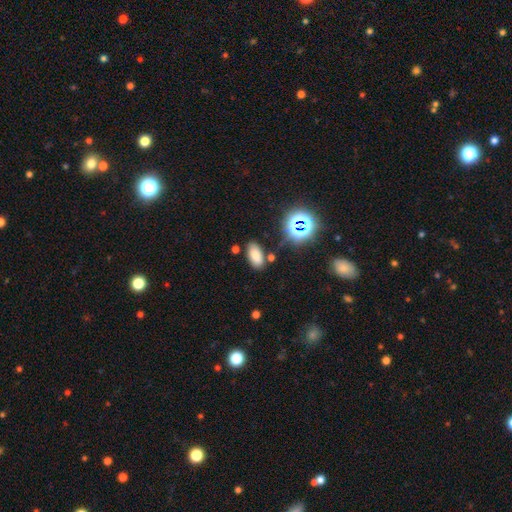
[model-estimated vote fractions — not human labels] smooth 74%, star or artifact 18%, featured or disk 8%. Down the decision tree: how rounded — in between (91%); merging — none (80%).